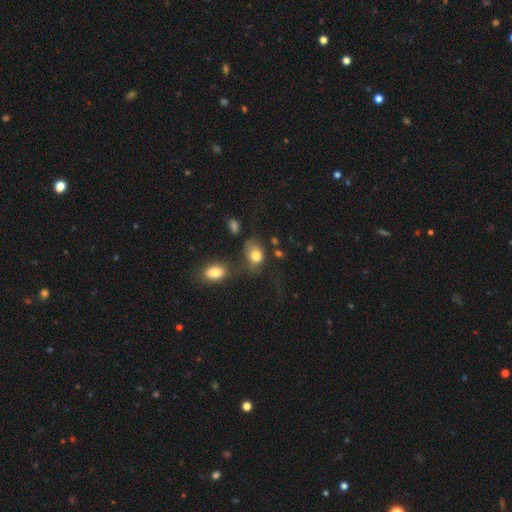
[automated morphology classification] Smooth or featured: smooth — 79% (featured or disk — 12%)
How rounded: in between — 72% (round — 27%)
Merging: none — 37% (minor disturbance — 26%)